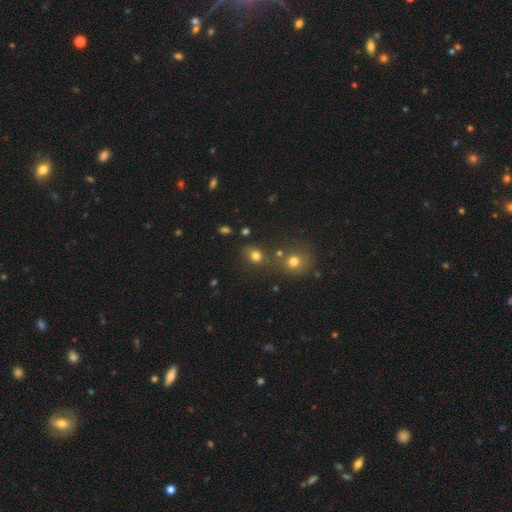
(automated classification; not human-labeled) smooth-or-featured: smooth: 74% | star or artifact: 18% | featured or disk: 8%
  how-rounded: round: 68% | in between: 31% | cigar-shaped: 1%
  merging: none: 59% | merger: 24% | minor disturbance: 11% | major disturbance: 5%